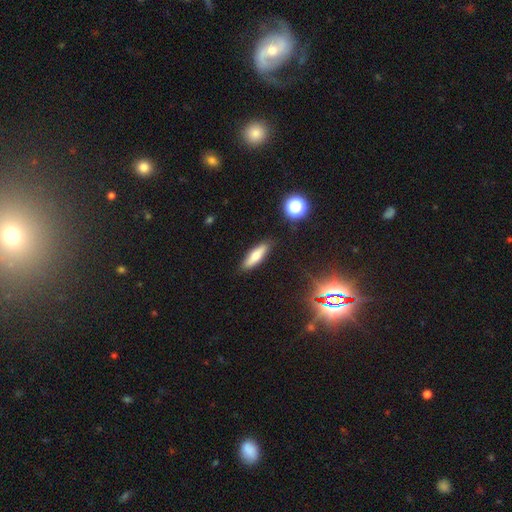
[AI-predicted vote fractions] This is likely a smooth galaxy (68%). How rounded: possibly cigar-shaped (59%). Merging: clearly none (87%).